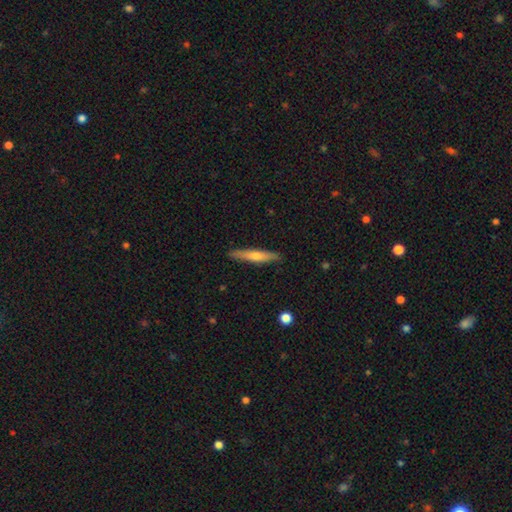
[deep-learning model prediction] Smooth or featured: featured or disk — 51% (smooth — 43%)
Edge-on disk: yes — 94% (no — 6%)
Merging: none — 90% (minor disturbance — 7%)